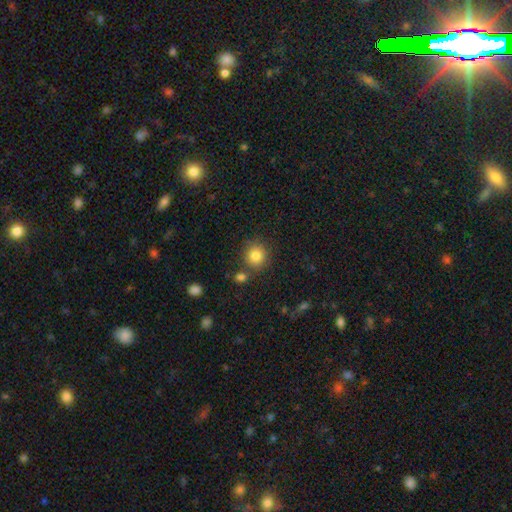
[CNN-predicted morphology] Smooth or featured? smooth (84%)
How rounded? round (89%)
Merging? none (78%)